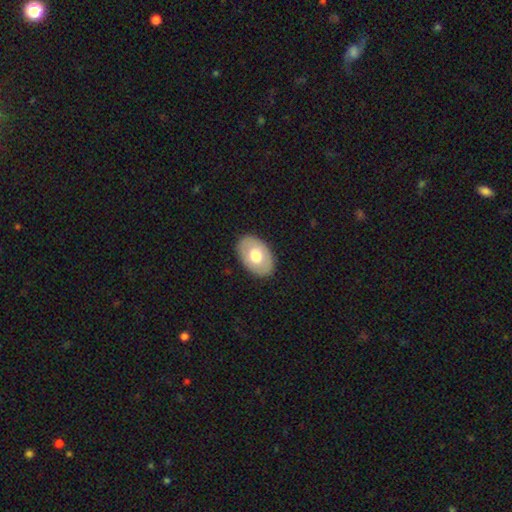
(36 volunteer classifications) Q: Smooth or featured?
A: smooth (58%); runner-up: featured or disk (36%)
Q: How rounded?
A: in between (90%); runner-up: round (10%)
Q: Merging?
A: none (94%); runner-up: minor disturbance (3%)